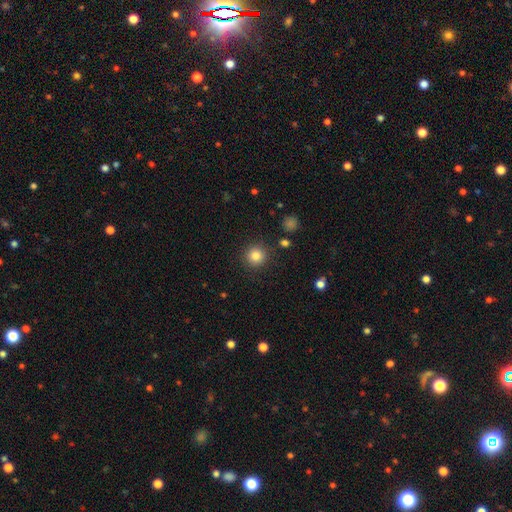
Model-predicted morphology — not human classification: Q: Smooth or featured?
A: smooth (84%); runner-up: star or artifact (11%)
Q: How rounded?
A: round (94%); runner-up: in between (5%)
Q: Merging?
A: none (89%); runner-up: minor disturbance (6%)